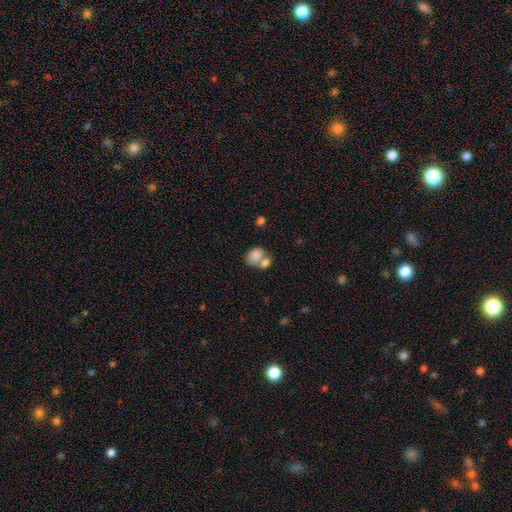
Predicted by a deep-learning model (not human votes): Smooth or featured? smooth (81%)
How rounded? in between (67%)
Merging? merger (57%)